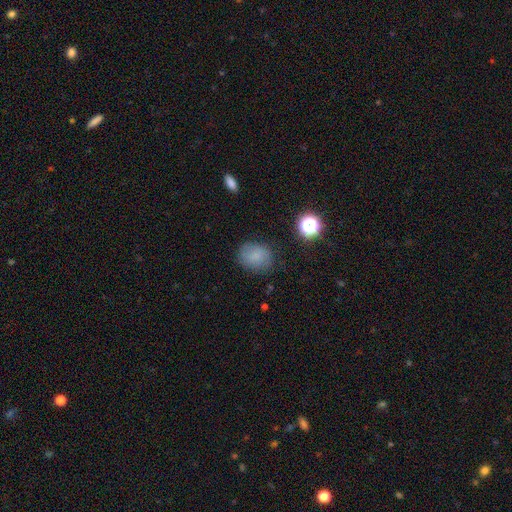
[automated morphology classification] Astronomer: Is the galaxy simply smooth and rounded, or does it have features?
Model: smooth — 78%.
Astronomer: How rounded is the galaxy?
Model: round — 60% (runner-up: in between, 39%).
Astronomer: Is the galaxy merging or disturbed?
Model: none — 78%.